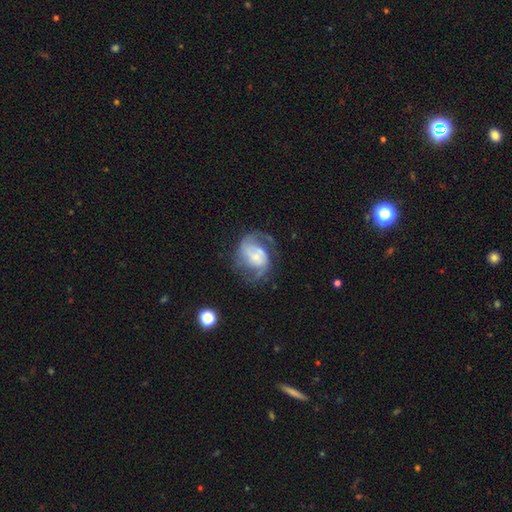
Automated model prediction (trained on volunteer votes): smooth-or-featured: featured or disk: 82% | smooth: 12% | star or artifact: 6%
  disk-edge-on: no: 98% | yes: 2%
    bar: no: 53% | weak: 36% | strong: 11%
    has-spiral-arms: yes: 92% | no: 8%
      spiral-winding: medium: 50% | loose: 28% | tight: 22%
      spiral-arm-count: 2: 76% | can't tell: 9% | 3: 6% | 1: 6% | 4: 2% | more than 4: 2%
    bulge-size: small: 54% | moderate: 31% | large: 7% | none: 6% | dominant: 2%
  merging: none: 57% | major disturbance: 21% | minor disturbance: 19% | merger: 4%